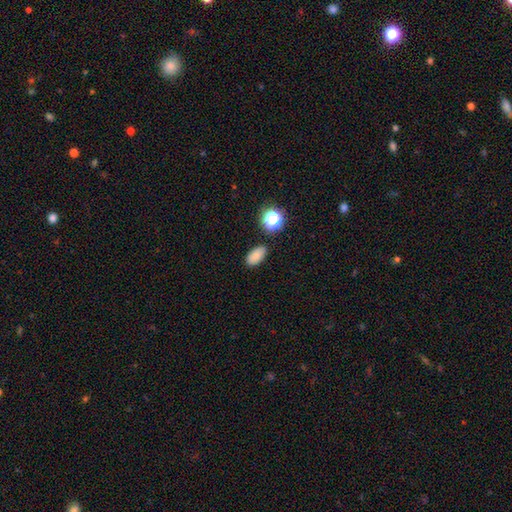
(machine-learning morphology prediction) Q: Smooth or featured?
A: smooth (82%); runner-up: star or artifact (13%)
Q: How rounded?
A: in between (91%); runner-up: round (6%)
Q: Merging?
A: none (85%); runner-up: minor disturbance (10%)